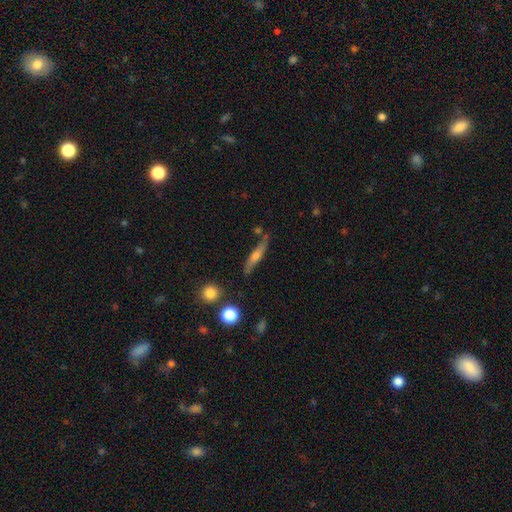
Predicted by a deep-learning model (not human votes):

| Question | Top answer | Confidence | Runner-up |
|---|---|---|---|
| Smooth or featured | featured or disk | 52% | smooth (41%) |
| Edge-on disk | yes | 89% | no (11%) |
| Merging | none | 76% | minor disturbance (15%) |